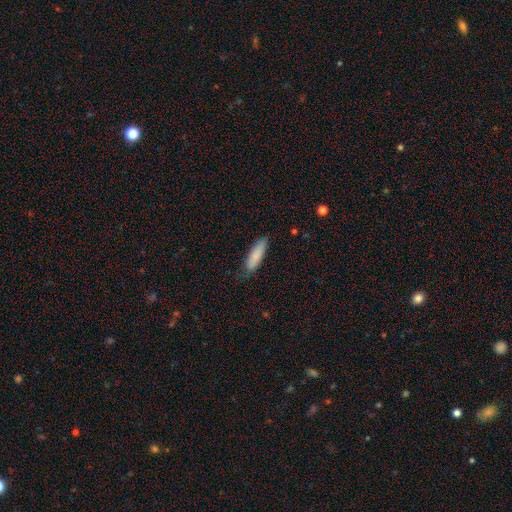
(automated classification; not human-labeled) Smooth or featured? Predicted: smooth (p=0.85). How rounded? Predicted: cigar-shaped (p=0.59). Merging? Predicted: none (p=0.74).